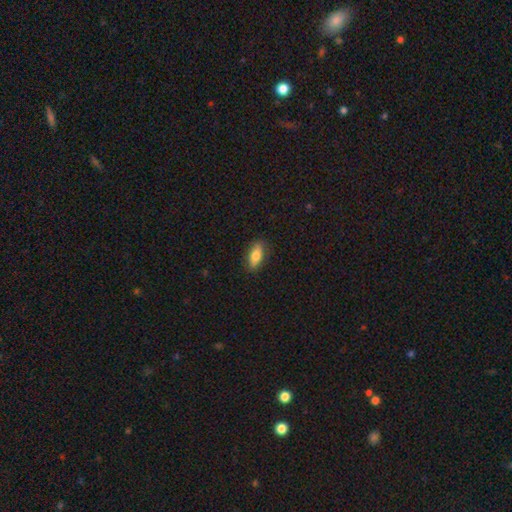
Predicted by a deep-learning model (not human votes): smooth-or-featured: smooth: 77% | featured or disk: 17% | star or artifact: 7%
  how-rounded: in between: 79% | cigar-shaped: 18% | round: 3%
  merging: none: 85% | minor disturbance: 12% | major disturbance: 2% | merger: 1%